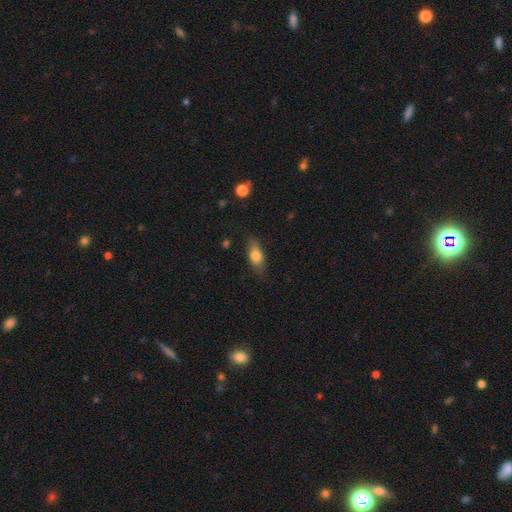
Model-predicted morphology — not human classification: Smooth or featured? Predicted: smooth (p=0.73). How rounded? Predicted: in between (p=0.78). Merging? Predicted: none (p=0.76).